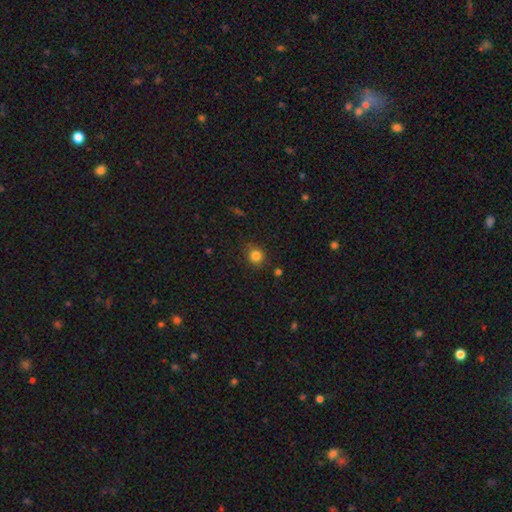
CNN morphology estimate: Overall: smooth (82%). How rounded: round (88%). Merging: none (83%).